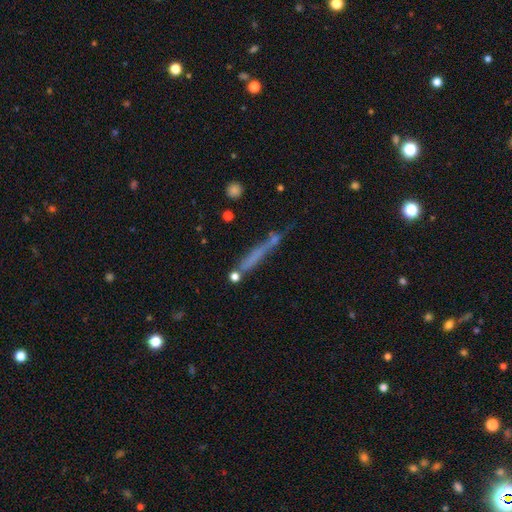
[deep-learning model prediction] Smooth or featured? smooth (48%)
Merging? none (67%)